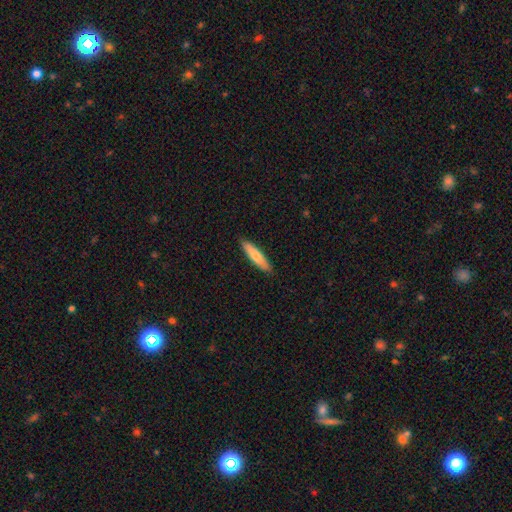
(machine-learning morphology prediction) Smooth or featured? Predicted: smooth (p=0.73). How rounded? Predicted: cigar-shaped (p=0.82). Merging? Predicted: none (p=0.90).